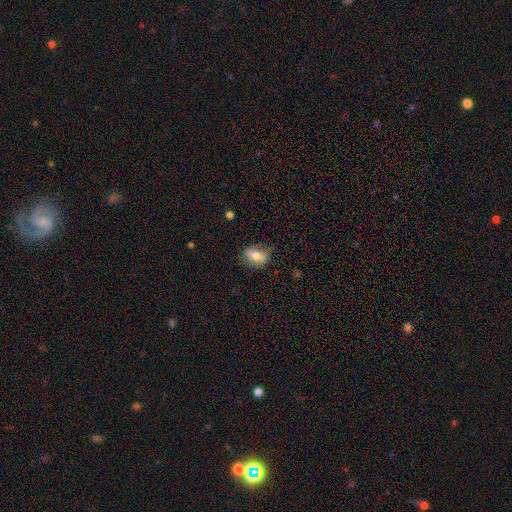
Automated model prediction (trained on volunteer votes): Overall: smooth (72%). How rounded: in between (80%). Merging: none (68%).